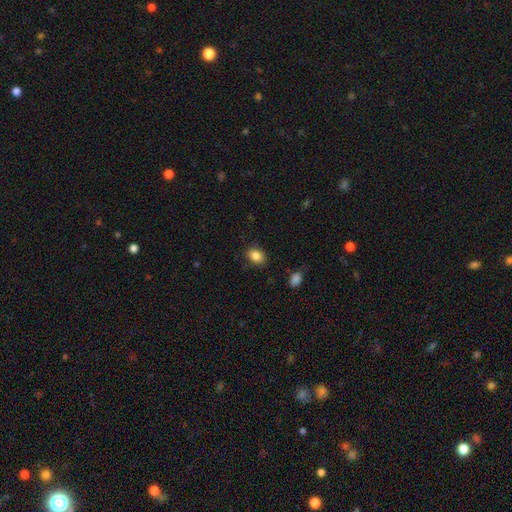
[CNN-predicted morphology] Smooth or featured? Predicted: smooth (p=0.85). How rounded? Predicted: in between (p=0.64). Merging? Predicted: none (p=0.84).